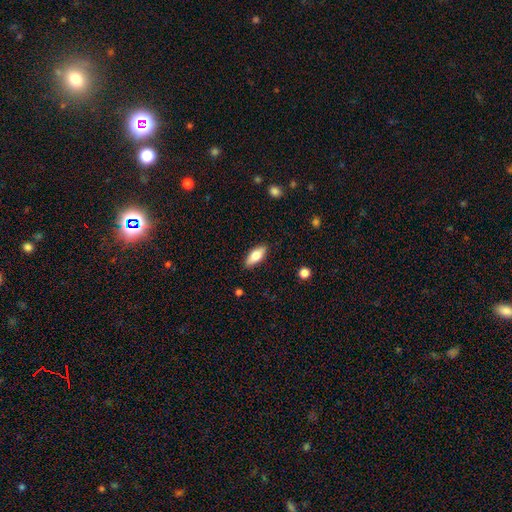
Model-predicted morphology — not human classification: This is likely a smooth galaxy (71%). How rounded: likely in between (76%). Merging: clearly none (87%).